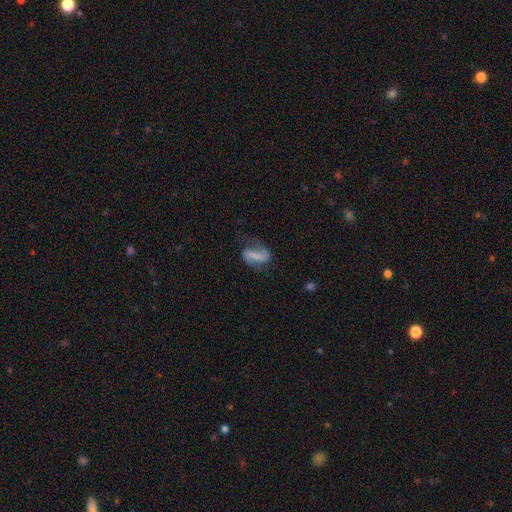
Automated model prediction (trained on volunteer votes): Morphology: type=featured or disk (61%); edge-on=no (96%); bar=strong (48%); spiral arms=yes (84%); bulge=none (62%); merging=none (50%).